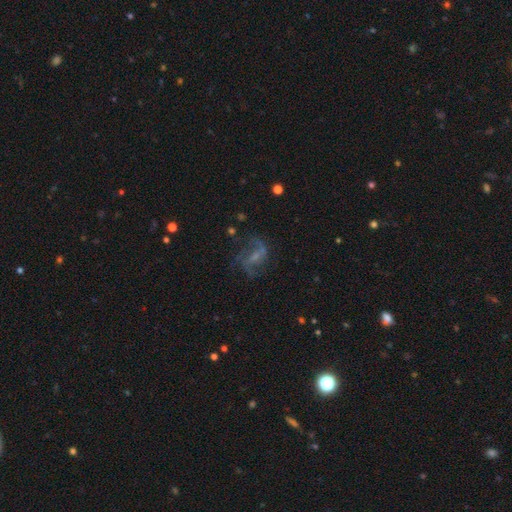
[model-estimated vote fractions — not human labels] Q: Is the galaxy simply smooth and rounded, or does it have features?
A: featured or disk — 72%.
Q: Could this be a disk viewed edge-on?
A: no — 96%.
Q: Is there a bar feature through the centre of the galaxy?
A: weak — 50%.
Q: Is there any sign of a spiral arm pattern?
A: yes — 87%.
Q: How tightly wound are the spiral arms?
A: loose — 53%.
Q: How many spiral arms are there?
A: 2 — 62%.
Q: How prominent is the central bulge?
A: small — 43%.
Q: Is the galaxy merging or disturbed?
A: none — 57%.